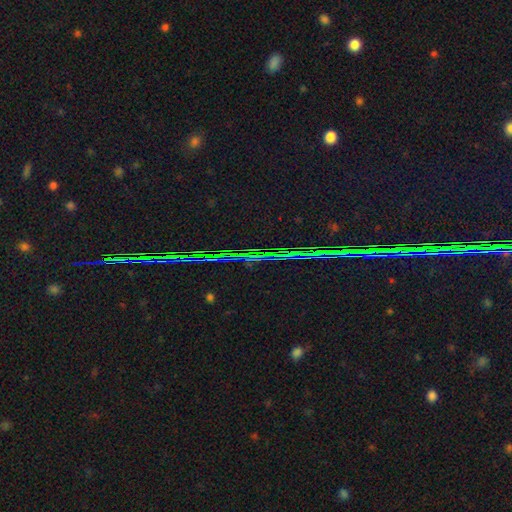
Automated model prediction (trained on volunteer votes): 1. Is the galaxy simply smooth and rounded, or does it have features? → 86% star or artifact, 8% featured or disk, 6% smooth.